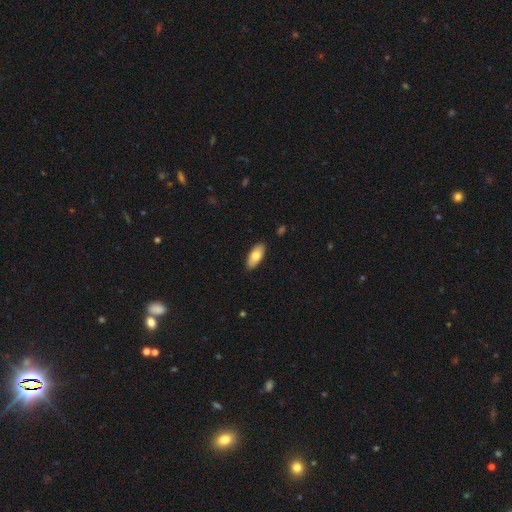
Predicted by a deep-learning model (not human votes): Smooth or featured? Predicted: smooth (p=0.76). How rounded? Predicted: in between (p=0.88). Merging? Predicted: none (p=0.88).